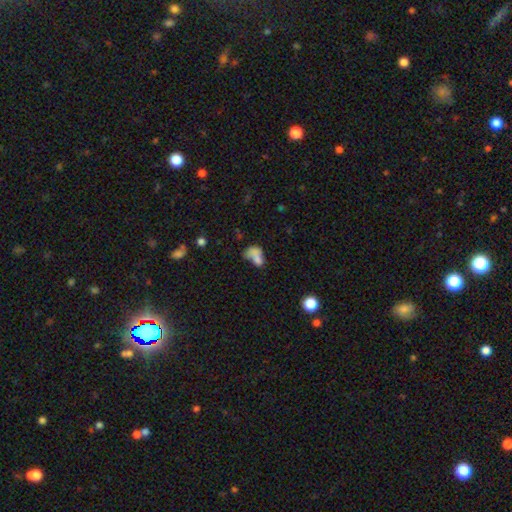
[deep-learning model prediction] A smooth galaxy with no disk features (70%) that is in between round and cigar-shaped (77%).

Vote fractions:
- Smooth or featured? smooth: 70% / featured or disk: 17% / star or artifact: 13%
- How rounded? in between: 77% / round: 20% / cigar-shaped: 3%
- Merging? merger: 50% / none: 21% / major disturbance: 16% / minor disturbance: 13%